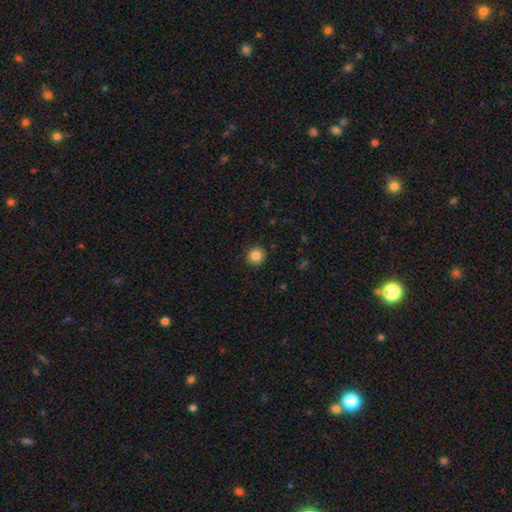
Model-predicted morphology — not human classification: Smooth or featured?
  - smooth: 85% *
  - star or artifact: 10%
  - featured or disk: 5%
How rounded?
  - round: 93% *
  - in between: 6%
  - cigar-shaped: 1%
Merging?
  - none: 92% *
  - minor disturbance: 5%
  - major disturbance: 2%
  - merger: 1%